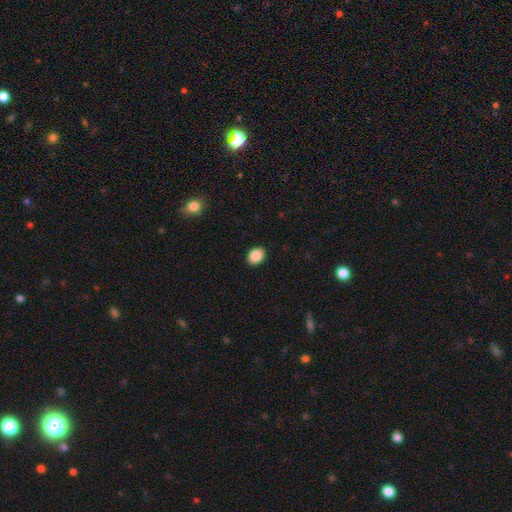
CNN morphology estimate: smooth-or-featured: smooth: 89% | star or artifact: 8% | featured or disk: 3%
  how-rounded: in between: 62% | round: 37% | cigar-shaped: 1%
  merging: none: 90% | minor disturbance: 7% | major disturbance: 2% | merger: 1%